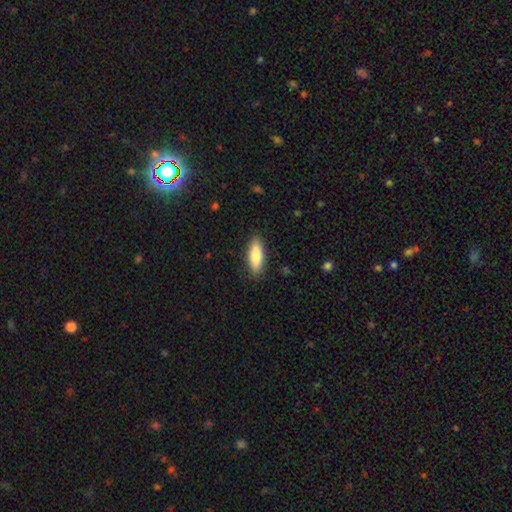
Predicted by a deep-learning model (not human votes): Morphology: type=smooth (78%); roundness=in between (56%); merging=none (87%).